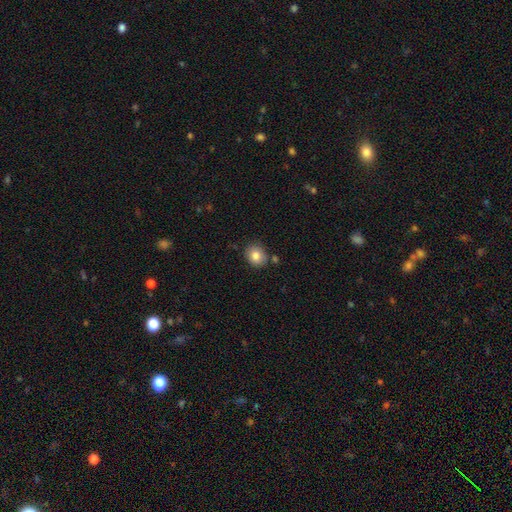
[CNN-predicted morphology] type=smooth (82%); roundness=round (68%); merging=none (79%).